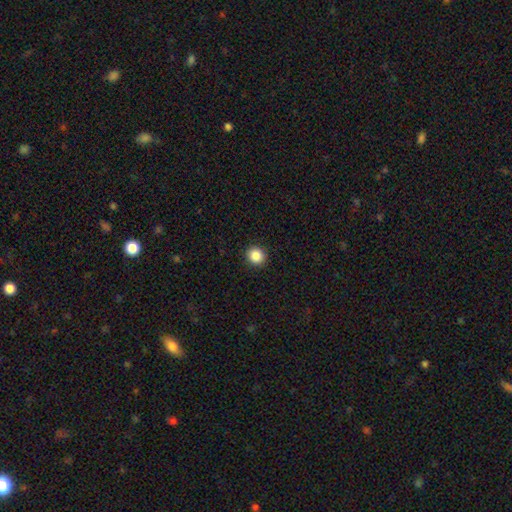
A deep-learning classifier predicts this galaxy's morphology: Smooth or featured? smooth (87%)
How rounded? round (88%)
Merging? none (92%)